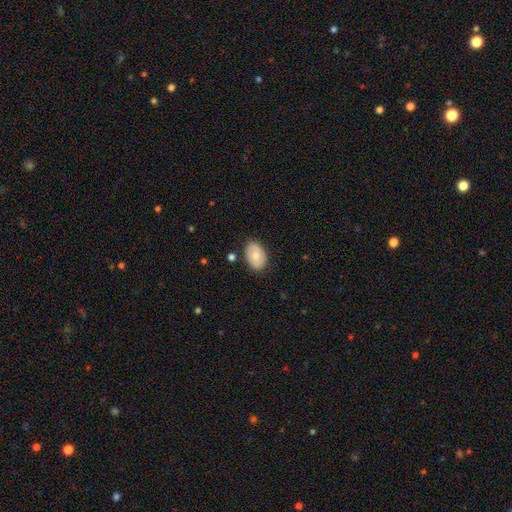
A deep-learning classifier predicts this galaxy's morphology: The model was most divided on "smooth or featured": smooth: 68%, featured or disk: 25%, star or artifact: 7%. More confident: how rounded — in between (86%); merging — none (81%).